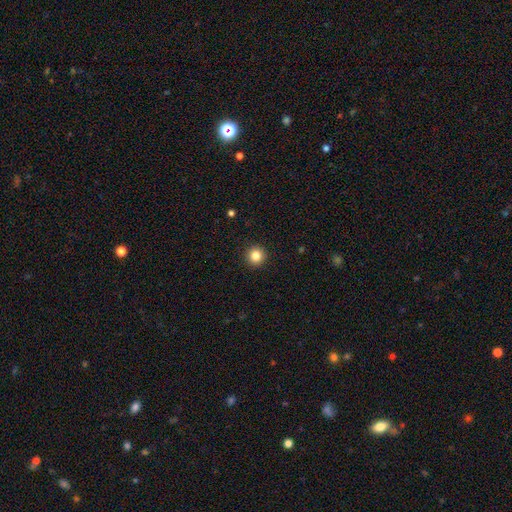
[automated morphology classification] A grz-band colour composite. It shows a smooth galaxy with no disk features (84%) that is round (95%). Merging: none (93%).